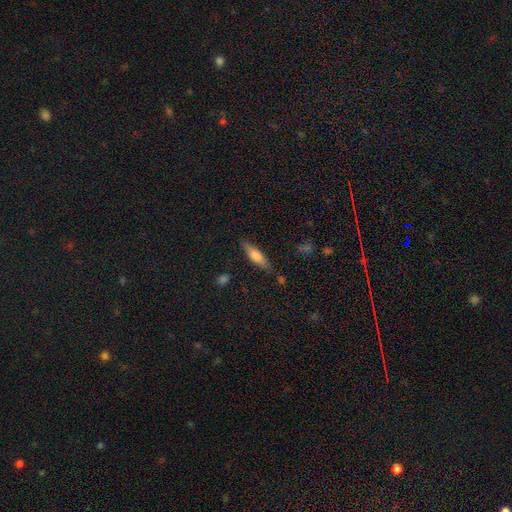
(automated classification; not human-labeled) Smooth or featured: smooth — 68% (featured or disk — 25%)
How rounded: cigar-shaped — 62% (in between — 36%)
Merging: none — 79% (minor disturbance — 15%)